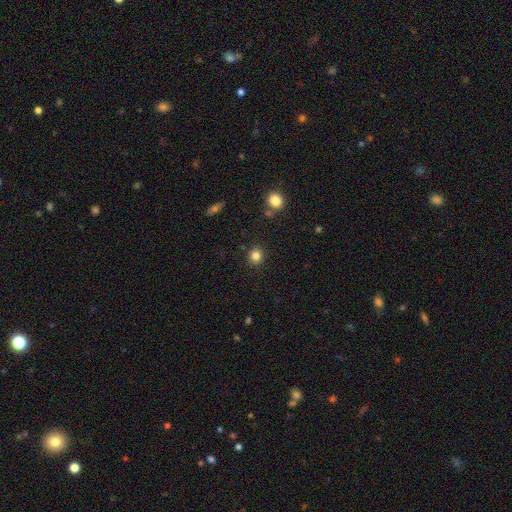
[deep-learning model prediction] Smooth or featured? smooth (83%)
How rounded? round (87%)
Merging? none (89%)